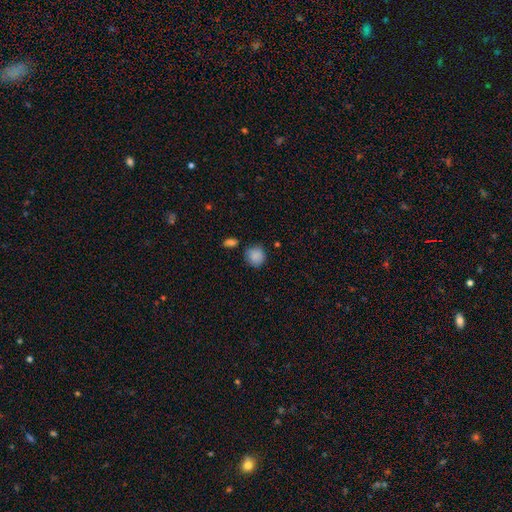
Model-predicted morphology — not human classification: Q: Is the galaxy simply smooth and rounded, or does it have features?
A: smooth — 87%.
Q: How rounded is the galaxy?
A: round — 86%.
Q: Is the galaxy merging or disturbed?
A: none — 77%.